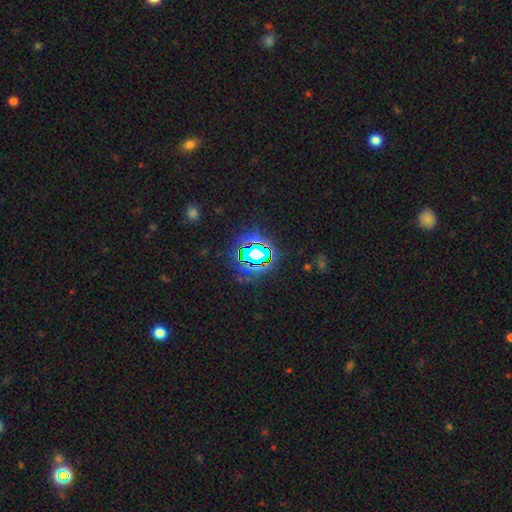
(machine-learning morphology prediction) Smooth or featured? Predicted: star or artifact (p=0.72).